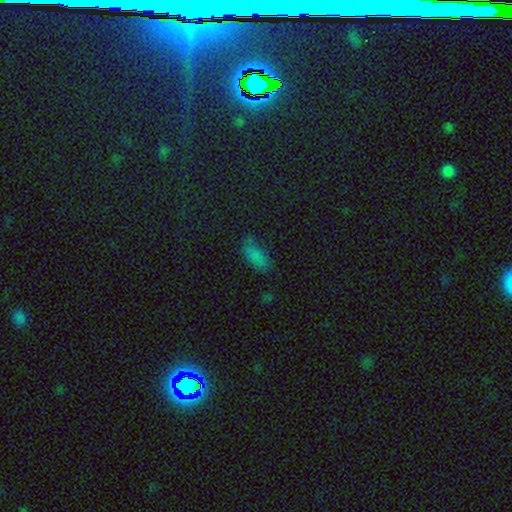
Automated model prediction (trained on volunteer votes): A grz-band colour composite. It shows a smooth galaxy with no disk features (75%) that is in between round and cigar-shaped (85%). Merging: none (63%).